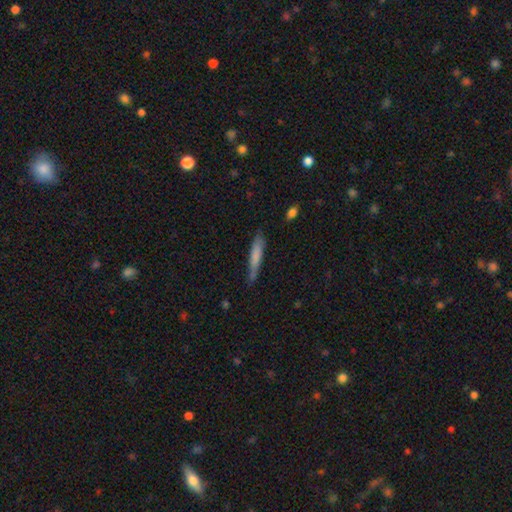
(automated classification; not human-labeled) A smooth galaxy with no disk features (71%) that is cigar-shaped (91%).

Vote fractions:
- Smooth or featured? smooth: 71% / featured or disk: 22% / star or artifact: 6%
- How rounded? cigar-shaped: 91% / in between: 8% / round: 1%
- Merging? none: 66% / minor disturbance: 25% / major disturbance: 5% / merger: 3%